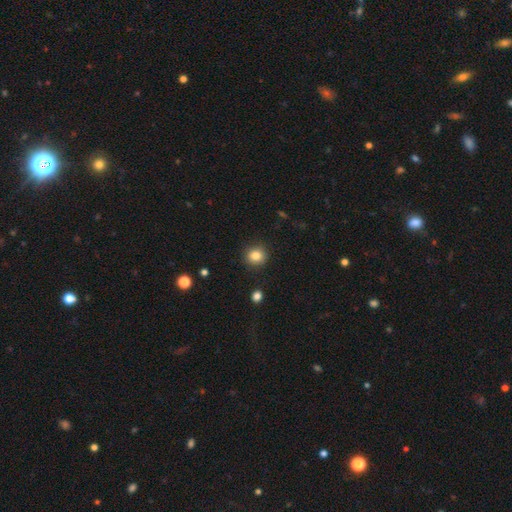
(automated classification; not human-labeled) Smooth or featured?
  - smooth: 83% *
  - star or artifact: 11%
  - featured or disk: 7%
How rounded?
  - round: 86% *
  - in between: 13%
  - cigar-shaped: 1%
Merging?
  - none: 89% *
  - minor disturbance: 7%
  - major disturbance: 2%
  - merger: 1%